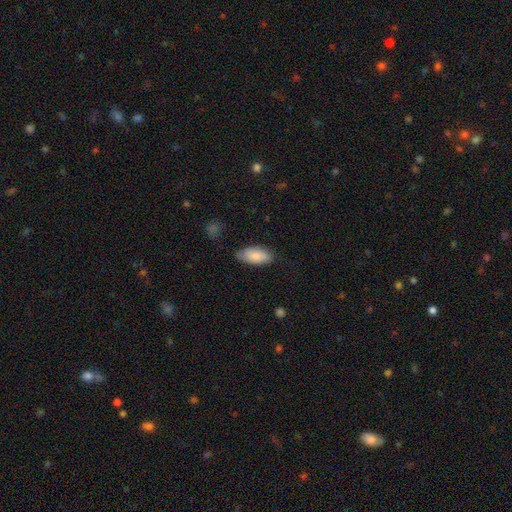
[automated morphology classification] smooth 84%, featured or disk 11%, star or artifact 6%. Down the decision tree: how rounded — in between (90%); merging — none (76%).